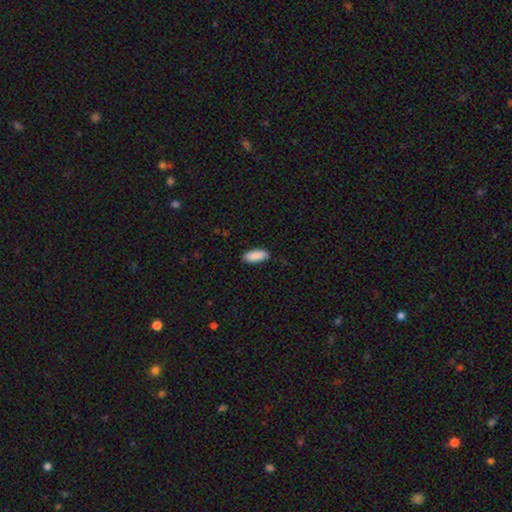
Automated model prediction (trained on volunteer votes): This appears to be a smooth galaxy with no disk features (90%) that is in between round and cigar-shaped (81%). Merging: none (85%).